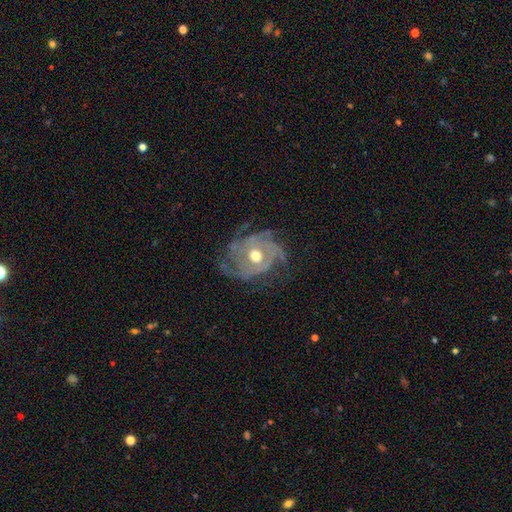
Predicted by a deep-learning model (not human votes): Overall: featured or disk (84%). Edge-on disk: no (97%). Bar: no (81%). Spiral arms: yes (87%). Spiral arm count: can't tell (31%; 3 25%). Spiral winding: tight (53%; medium 33%). Bulge size: moderate (78%). Merging: none (56%; minor disturbance 23%).